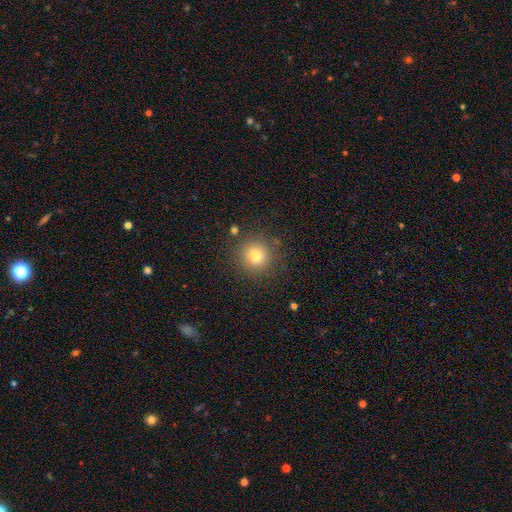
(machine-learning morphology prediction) A smooth galaxy with no disk features (77%) that is round (94%).

Vote fractions:
- Smooth or featured? smooth: 77% / star or artifact: 14% / featured or disk: 8%
- How rounded? round: 94% / in between: 5% / cigar-shaped: 1%
- Merging? none: 87% / minor disturbance: 8% / major disturbance: 3% / merger: 2%